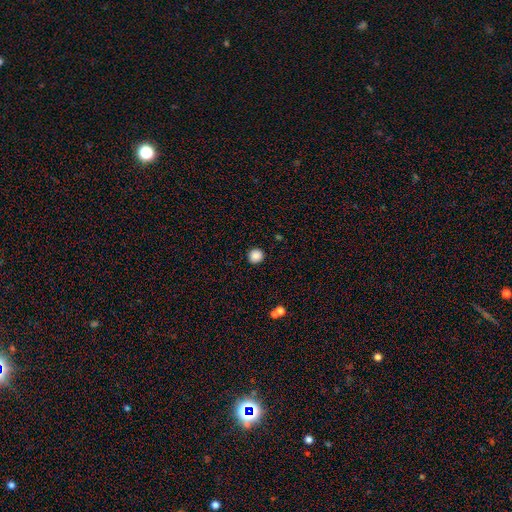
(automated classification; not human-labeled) Smooth or featured?
  - smooth: 87% *
  - star or artifact: 10%
  - featured or disk: 3%
How rounded?
  - round: 92% *
  - in between: 7%
  - cigar-shaped: 1%
Merging?
  - none: 91% *
  - minor disturbance: 5%
  - major disturbance: 2%
  - merger: 1%